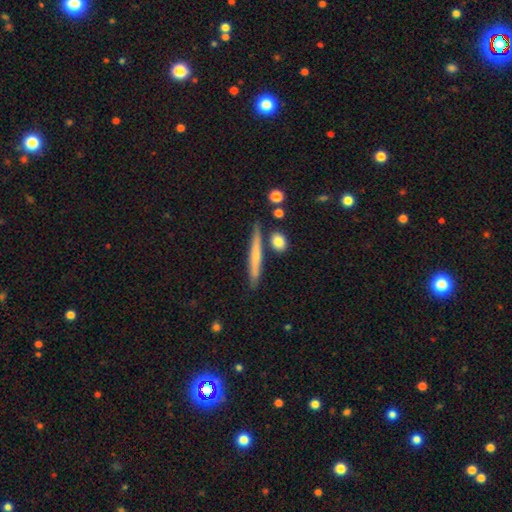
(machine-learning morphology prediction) type=smooth (52%); roundness=cigar-shaped (93%); merging=none (82%).